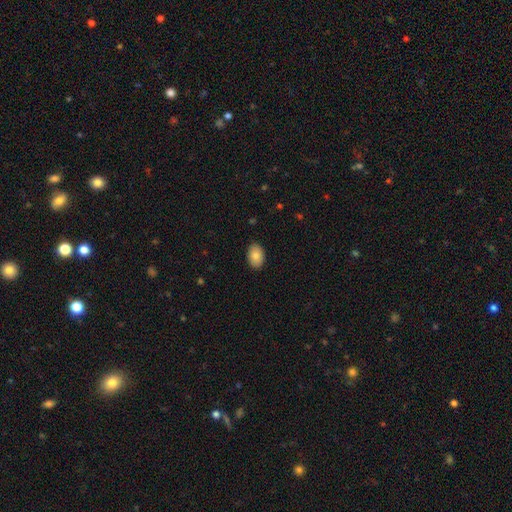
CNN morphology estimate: The model was most divided on "how rounded": in between: 87%, round: 11%, cigar-shaped: 1%. More confident: merging — none (89%); smooth or featured — smooth (85%).